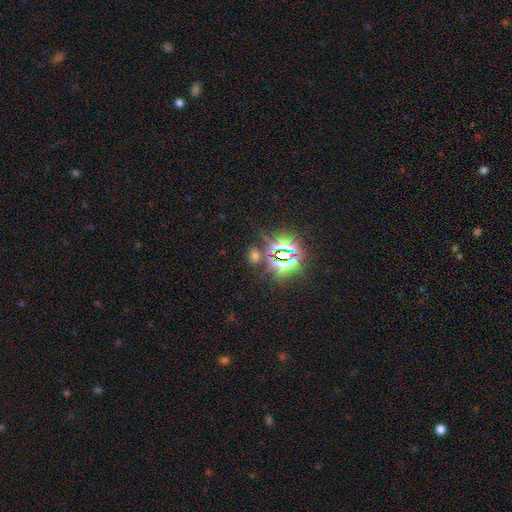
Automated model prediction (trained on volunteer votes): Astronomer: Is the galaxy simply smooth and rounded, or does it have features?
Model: star or artifact — 61%.